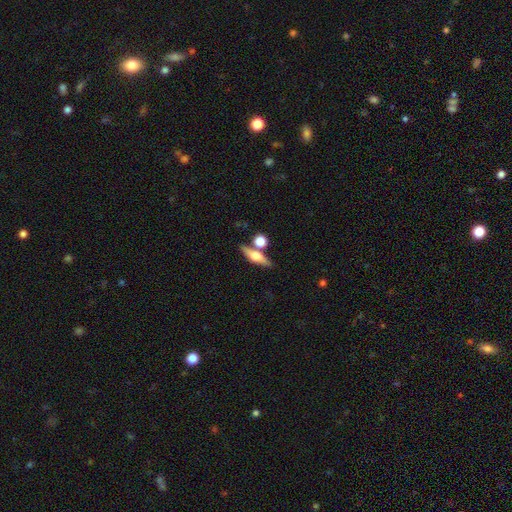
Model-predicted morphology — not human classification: This appears to be a featured or disk galaxy (55%) viewed edge-on (92%) with a rounded central bulge (93%). Merging: none (70%).